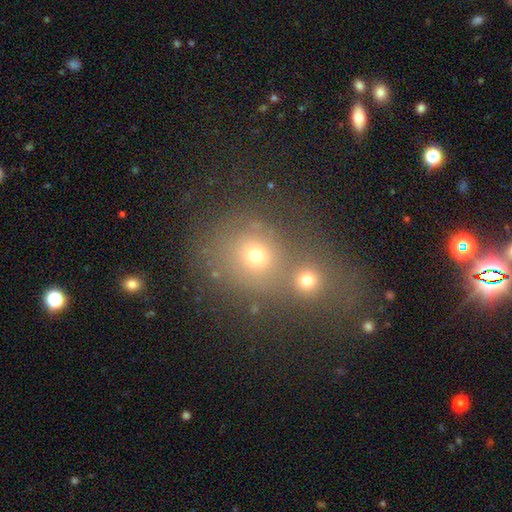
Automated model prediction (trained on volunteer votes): A smooth galaxy with no disk features (70%) that is round (77%). Merging: none (45%).